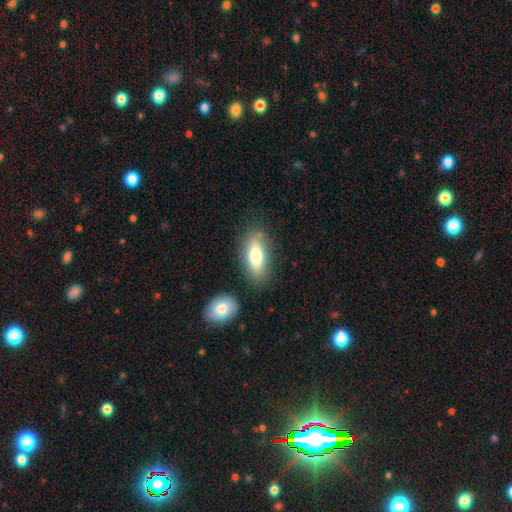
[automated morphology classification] Smooth or featured?
  - smooth: 73% *
  - featured or disk: 20%
  - star or artifact: 7%
How rounded?
  - in between: 82% *
  - cigar-shaped: 13%
  - round: 4%
Merging?
  - none: 75% *
  - minor disturbance: 14%
  - merger: 7%
  - major disturbance: 4%